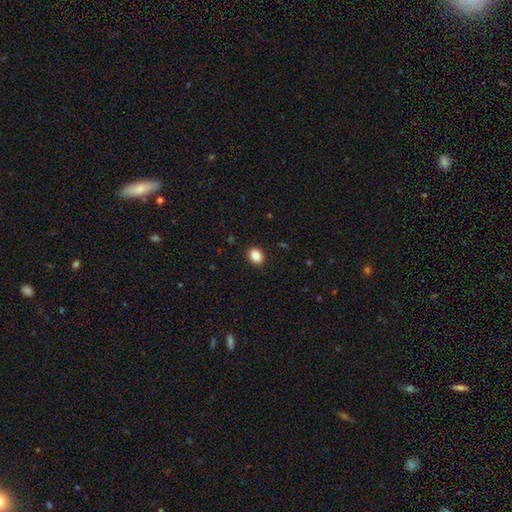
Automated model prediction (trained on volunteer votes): Smooth or featured? Predicted: smooth (p=0.87). How rounded? Predicted: round (p=0.53). Merging? Predicted: none (p=0.90).